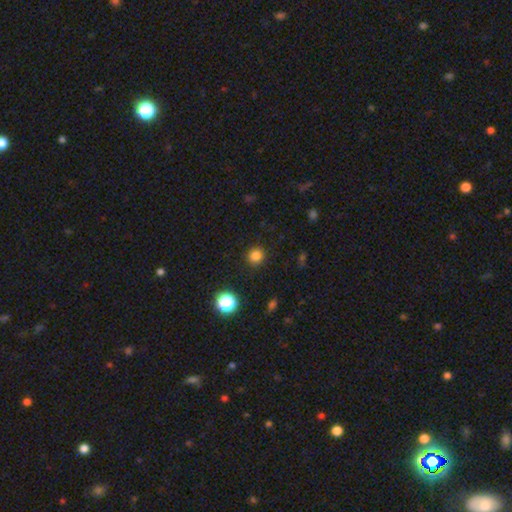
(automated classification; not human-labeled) smooth-or-featured: smooth: 81% | star or artifact: 14% | featured or disk: 4%
  how-rounded: round: 93% | in between: 6% | cigar-shaped: 1%
  merging: none: 90% | minor disturbance: 6% | major disturbance: 2% | merger: 1%